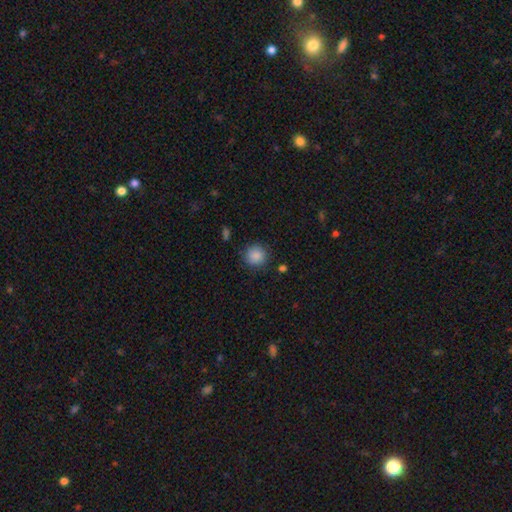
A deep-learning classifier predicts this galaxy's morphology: Overall: smooth (87%). How rounded: round (91%). Merging: none (86%).